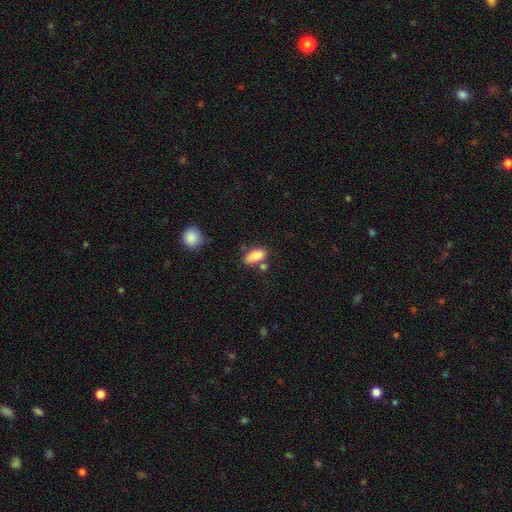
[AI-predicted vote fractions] Overall: smooth (86%). How rounded: in between (85%). Merging: none (62%).